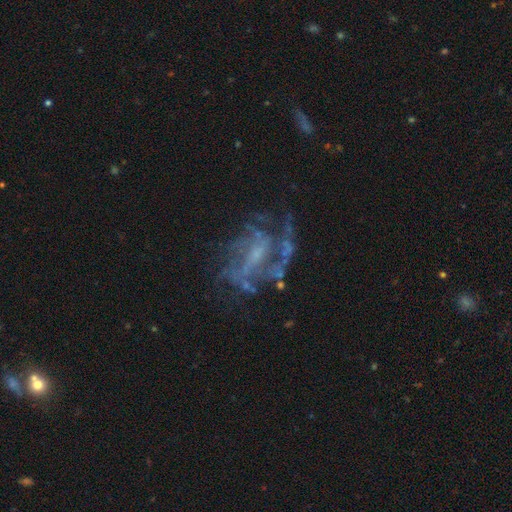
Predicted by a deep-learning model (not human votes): Smooth or featured? featured or disk (79%)
Edge-on disk? no (96%)
Bar? weak (44%)
Spiral arms? yes (77%)
Spiral winding? medium (42%)
Spiral arm count? can't tell (36%)
Bulge size? small (51%)
Merging? none (48%)